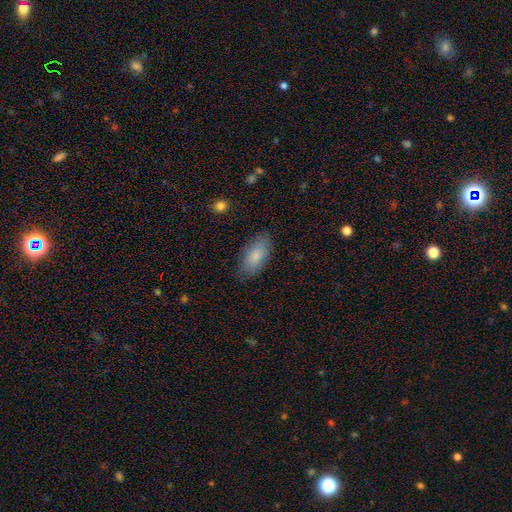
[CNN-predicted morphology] A smooth galaxy with no disk features (83%) that is in between round and cigar-shaped (90%). Merging: none (83%).